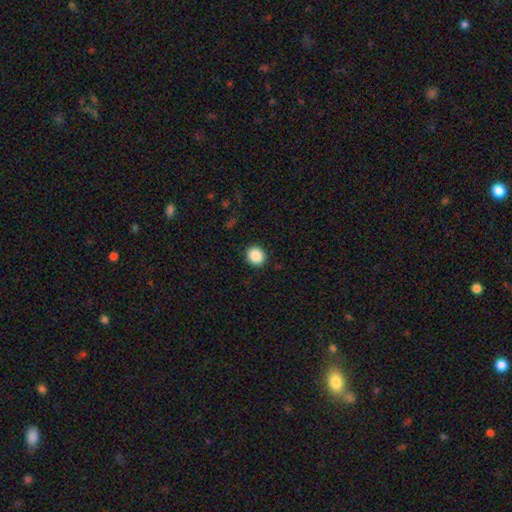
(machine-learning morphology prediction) Overall: smooth (88%). How rounded: round (83%). Merging: none (91%).